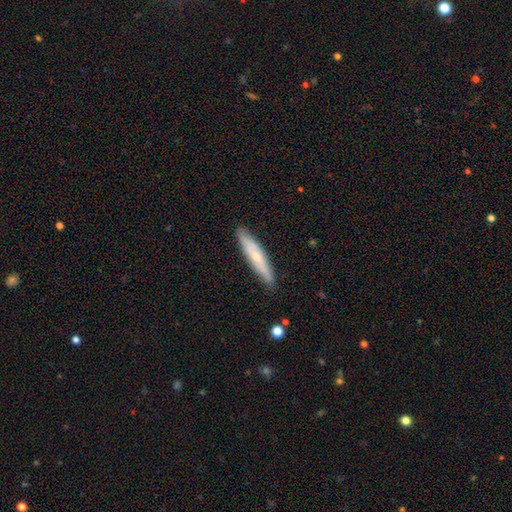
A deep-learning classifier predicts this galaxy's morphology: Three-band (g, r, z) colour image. It shows a smooth galaxy with no disk features (54%) that is cigar-shaped (88%). Merging: none (87%).